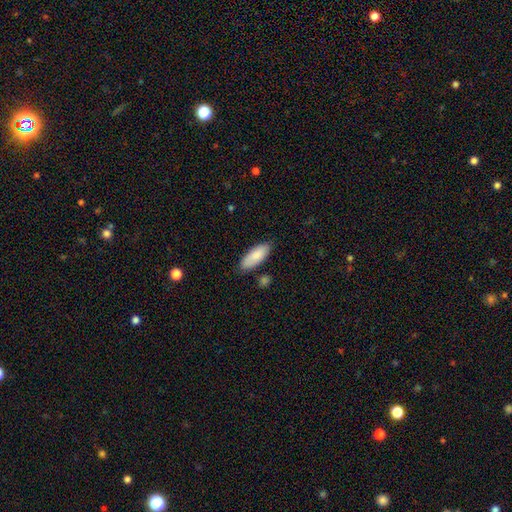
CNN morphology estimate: This appears to be a smooth galaxy with no disk features (86%) that is in between round and cigar-shaped (76%). Merging: none (82%).